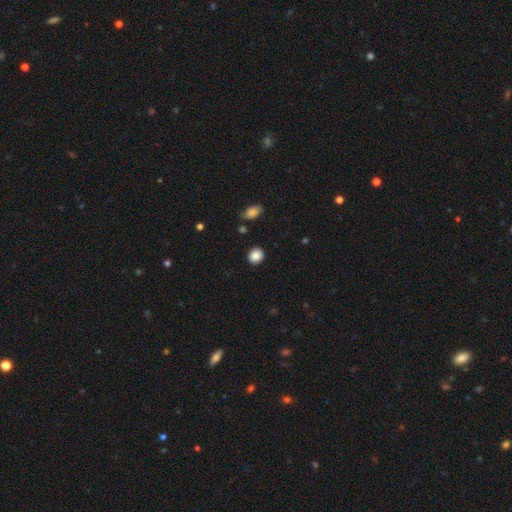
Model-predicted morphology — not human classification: A smooth galaxy with no disk features (87%) that is round (77%). Merging: none (89%).